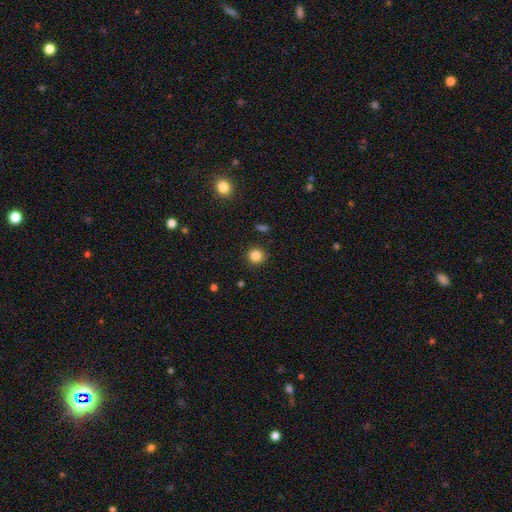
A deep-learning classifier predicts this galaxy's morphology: This is clearly a smooth galaxy (85%). How rounded: clearly round (92%). Merging: clearly none (90%).